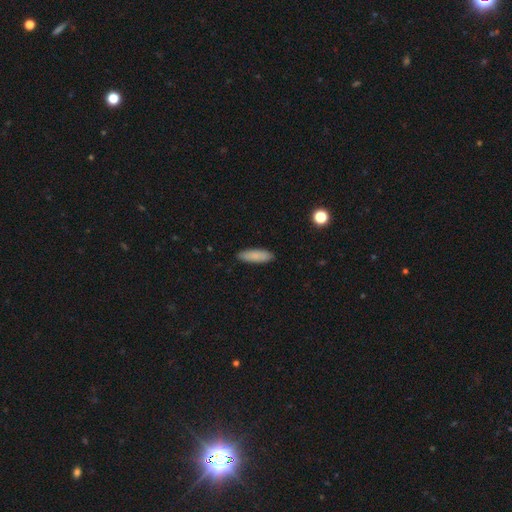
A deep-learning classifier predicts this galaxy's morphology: Smooth or featured? smooth (87%)
How rounded? in between (57%)
Merging? none (88%)